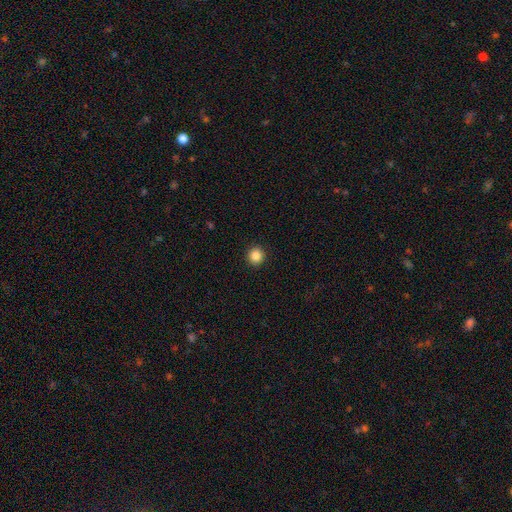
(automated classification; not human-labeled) Smooth or featured?
  - smooth: 86% *
  - star or artifact: 10%
  - featured or disk: 3%
How rounded?
  - round: 94% *
  - in between: 5%
  - cigar-shaped: 1%
Merging?
  - none: 93% *
  - minor disturbance: 4%
  - major disturbance: 2%
  - merger: 1%